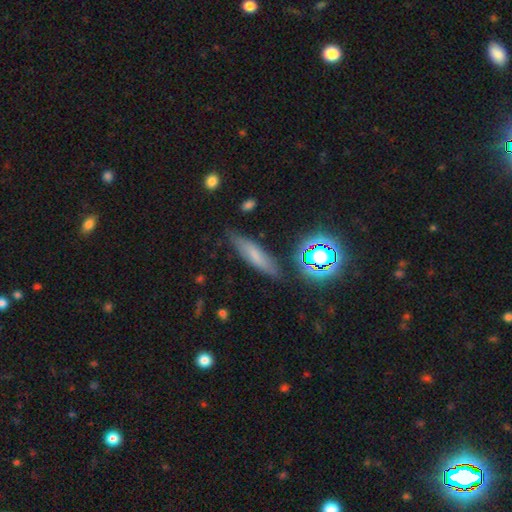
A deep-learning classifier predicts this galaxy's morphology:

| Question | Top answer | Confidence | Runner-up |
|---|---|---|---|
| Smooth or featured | smooth | 64% | featured or disk (23%) |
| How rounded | cigar-shaped | 71% | in between (26%) |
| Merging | none | 77% | minor disturbance (16%) |